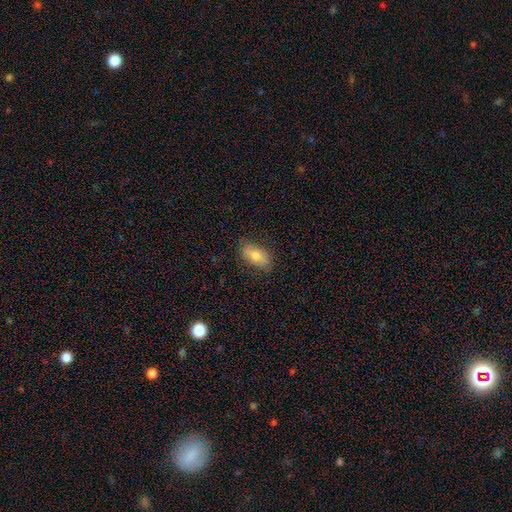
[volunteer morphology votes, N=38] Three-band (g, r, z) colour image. It shows a smooth galaxy with no disk features (66%) that is in between round and cigar-shaped (92%). Merging: none (74%).